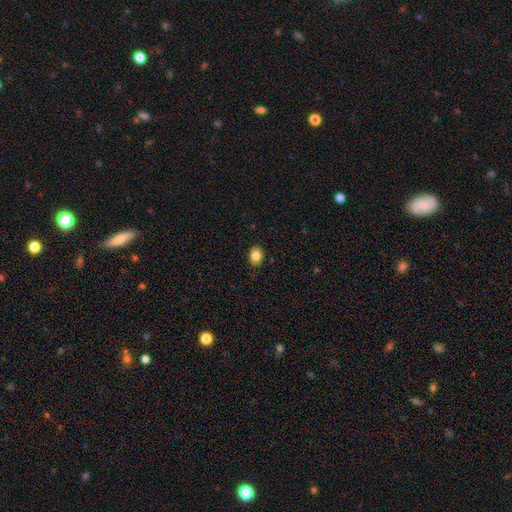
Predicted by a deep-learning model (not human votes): smooth_or_featured: smooth (p=0.85) [alt: star or artifact p=0.09]
how_rounded: in between (p=0.65) [alt: round p=0.35]
merging: none (p=0.88) [alt: minor disturbance p=0.09]